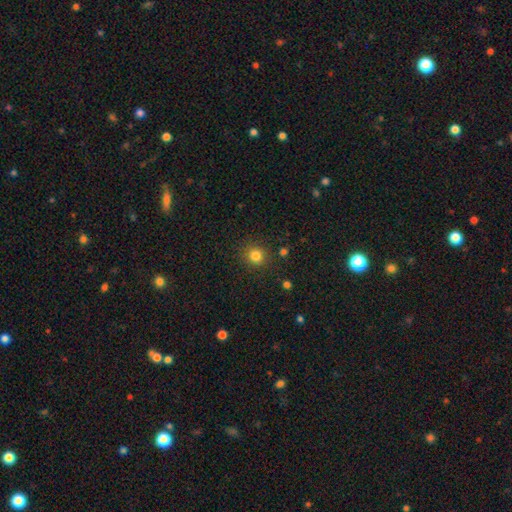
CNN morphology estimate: type=smooth (82%); roundness=round (90%); merging=none (88%).